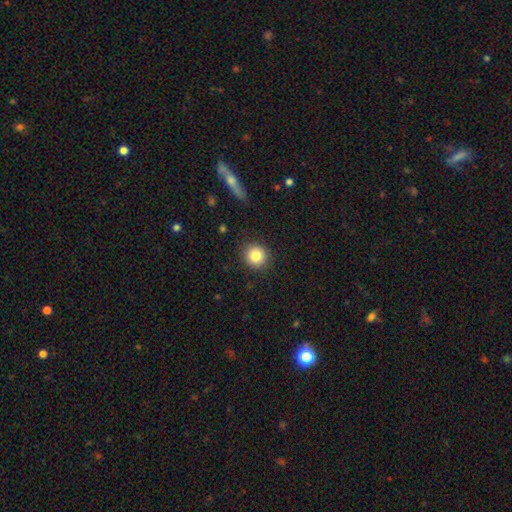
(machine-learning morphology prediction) This is clearly a smooth galaxy (84%). How rounded: clearly round (91%). Merging: clearly none (90%).